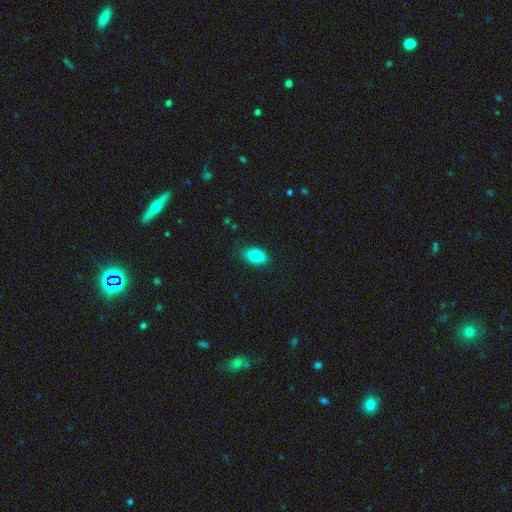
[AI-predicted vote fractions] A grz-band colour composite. It shows a smooth galaxy with no disk features (83%) that is in between round and cigar-shaped (88%). Merging: none (86%).